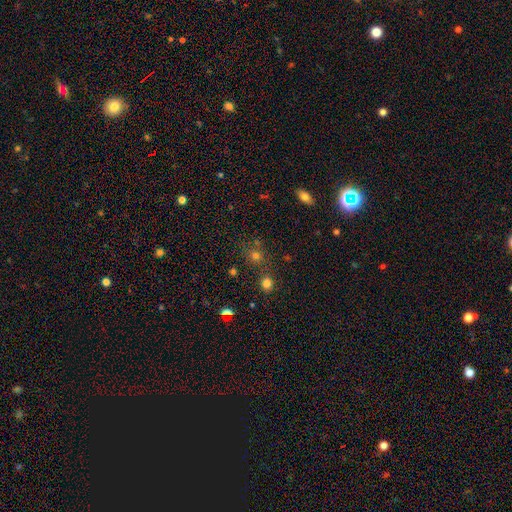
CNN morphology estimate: Smooth or featured? Predicted: smooth (p=0.62). How rounded? Predicted: round (p=0.85). Merging? Predicted: none (p=0.72).